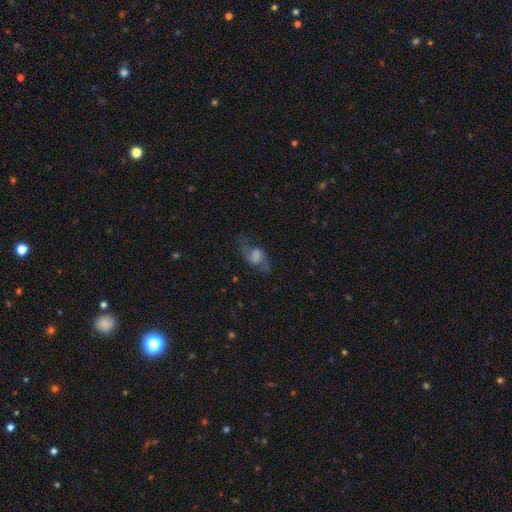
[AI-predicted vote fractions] A featured or disk galaxy (49%). Merging: none (63%).